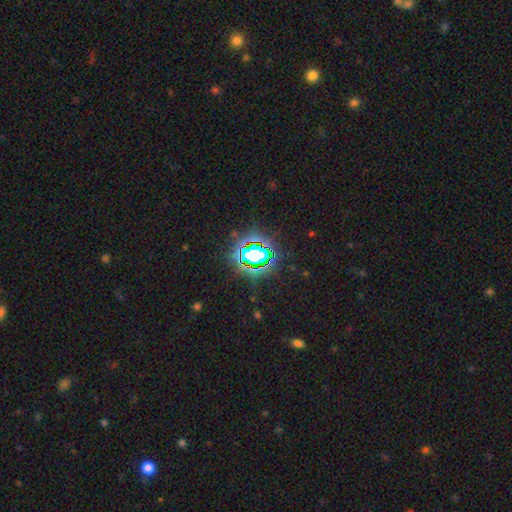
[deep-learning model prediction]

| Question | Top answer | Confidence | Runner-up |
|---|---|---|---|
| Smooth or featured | star or artifact | 79% | smooth (13%) |